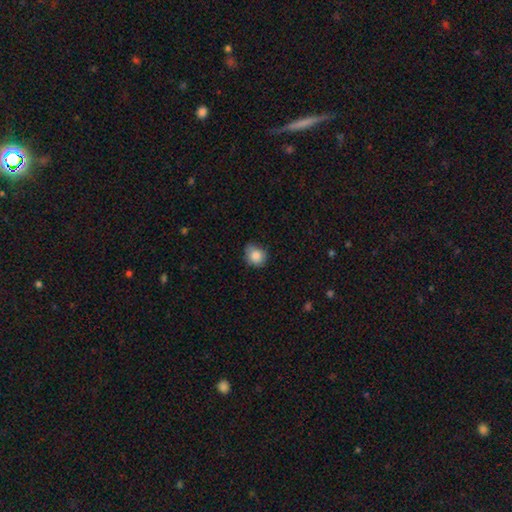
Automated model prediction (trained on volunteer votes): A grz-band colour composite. It shows a smooth galaxy with no disk features (86%) that is round (72%). Merging: none (65%).